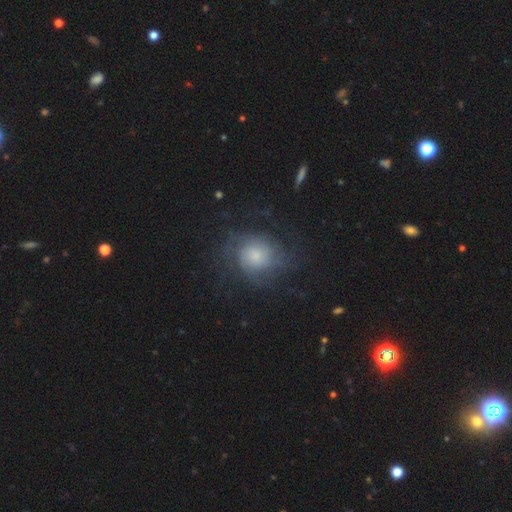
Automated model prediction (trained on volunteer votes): smooth_or_featured: featured or disk (p=0.58) [alt: smooth p=0.31]
disk_edge_on: no (p=0.97) [alt: yes p=0.03]
bar: no (p=0.78) [alt: weak p=0.20]
has_spiral_arms: yes (p=0.86) [alt: no p=0.14]
bulge_size: moderate (p=0.36) [alt: small p=0.34]
merging: none (p=0.62) [alt: major disturbance p=0.19]